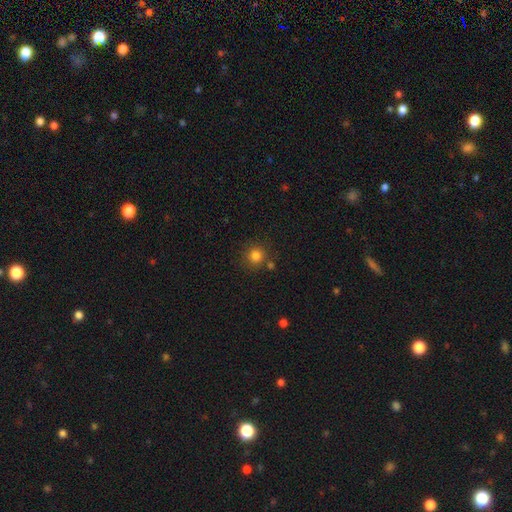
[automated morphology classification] Smooth or featured? smooth (82%)
How rounded? round (92%)
Merging? none (80%)